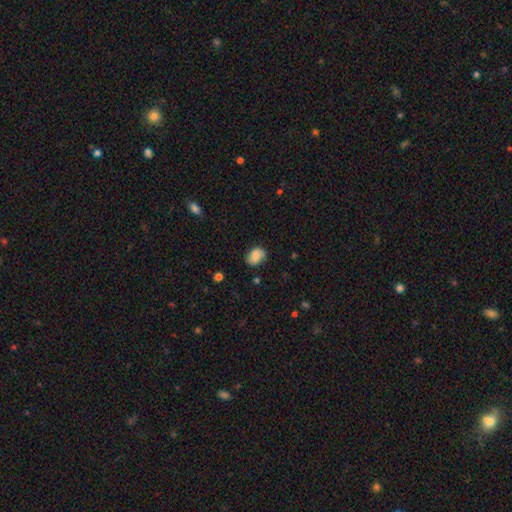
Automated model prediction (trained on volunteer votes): This is likely a smooth galaxy (73%). How rounded: likely in between (61%). Merging: likely none (77%).